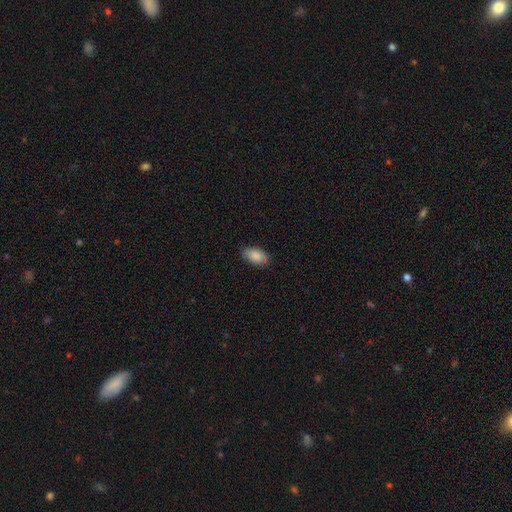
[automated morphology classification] type=smooth (88%); roundness=in between (93%); merging=none (82%).